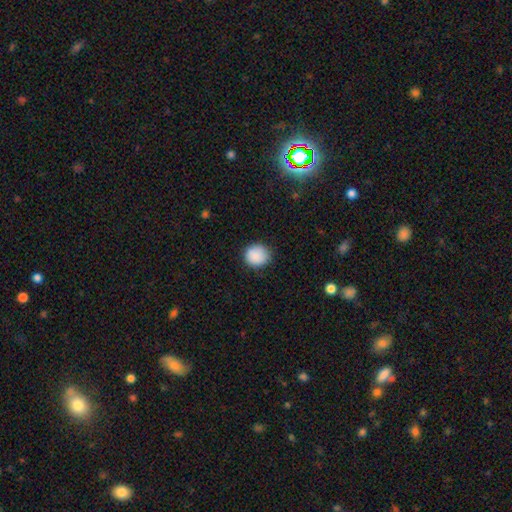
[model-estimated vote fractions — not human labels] Smooth or featured? smooth (89%)
How rounded? round (84%)
Merging? none (84%)